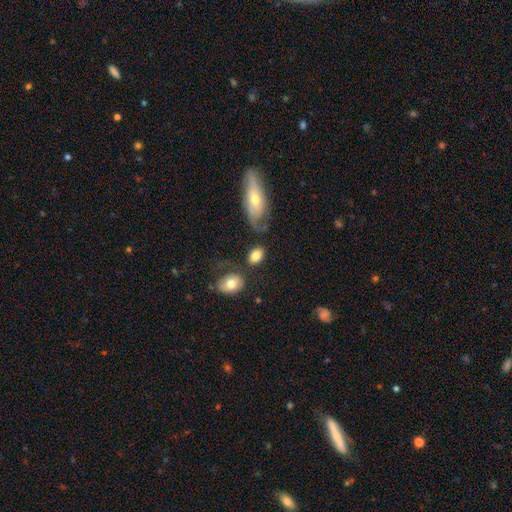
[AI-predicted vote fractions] A smooth galaxy with no disk features (80%) that is in between round and cigar-shaped (80%). Merging: none (61%).